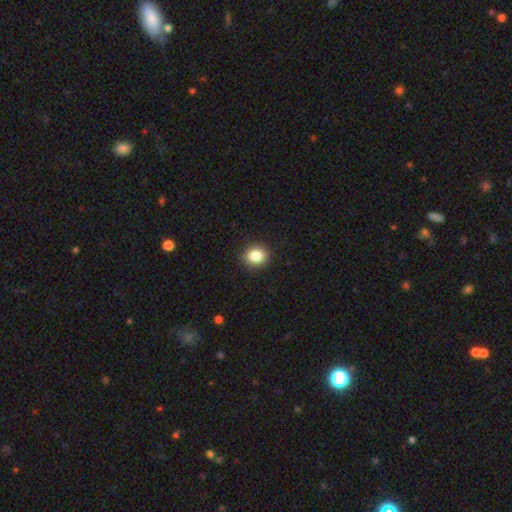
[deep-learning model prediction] Smooth or featured?
  - smooth: 85% *
  - star or artifact: 10%
  - featured or disk: 5%
How rounded?
  - round: 59% *
  - in between: 40%
  - cigar-shaped: 1%
Merging?
  - none: 90% *
  - minor disturbance: 7%
  - major disturbance: 2%
  - merger: 1%